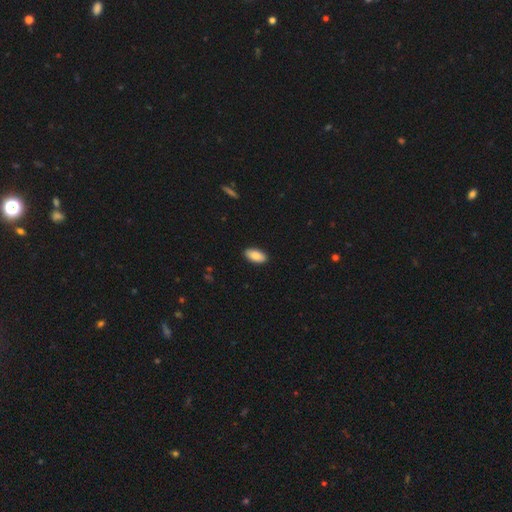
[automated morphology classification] smooth 87%, featured or disk 7%, star or artifact 6%. Down the decision tree: how rounded — in between (93%); merging — none (90%).